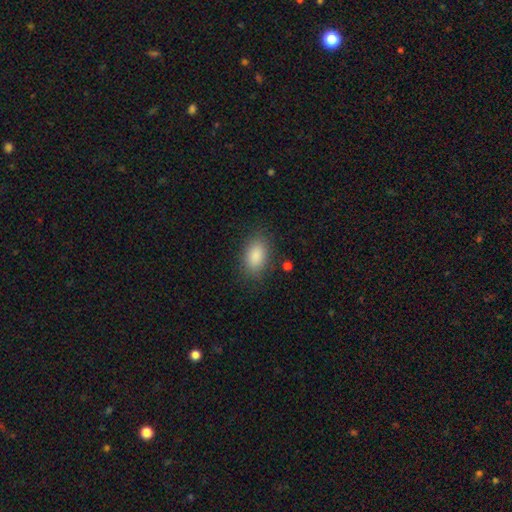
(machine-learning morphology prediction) type=smooth (87%); roundness=in between (90%); merging=none (83%).